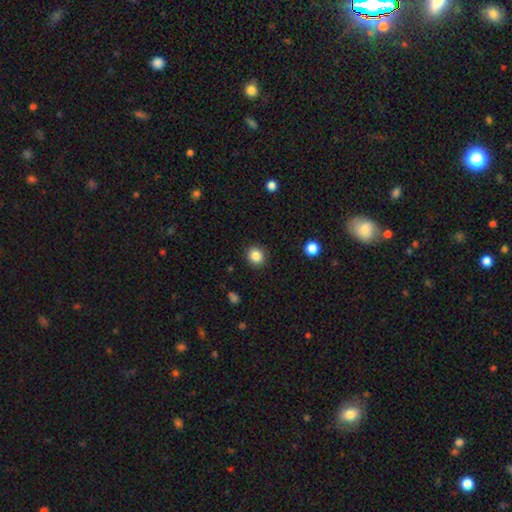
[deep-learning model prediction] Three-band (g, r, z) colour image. It shows a smooth galaxy with no disk features (85%) that is round (81%). Merging: none (91%).